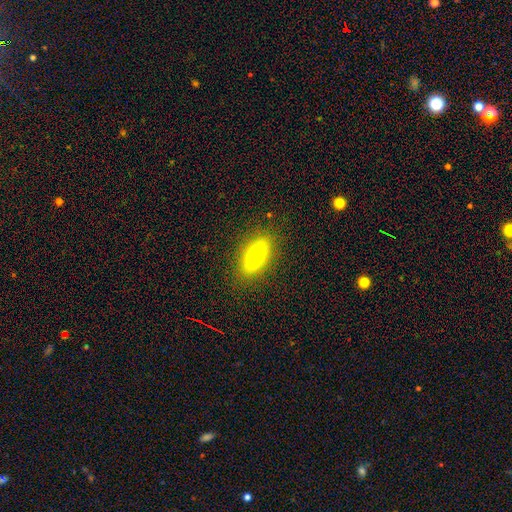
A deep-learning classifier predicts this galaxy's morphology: Overall: smooth (67%). How rounded: in between (73%). Merging: none (87%).